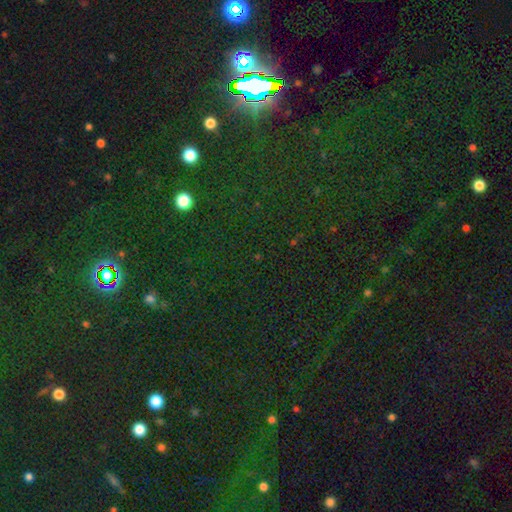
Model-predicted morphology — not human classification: Smooth or featured? star or artifact (79%)